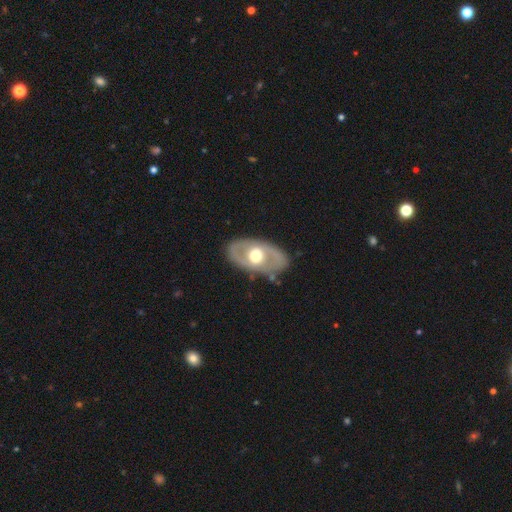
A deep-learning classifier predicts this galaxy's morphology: Smooth or featured?
  - featured or disk: 66% *
  - smooth: 29%
  - star or artifact: 5%
Edge-on disk?
  - no: 91% *
  - yes: 9%
Bar?
  - no: 65% *
  - weak: 25%
  - strong: 10%
Spiral arms?
  - no: 60% *
  - yes: 40%
Bulge size?
  - moderate: 70% *
  - large: 21%
  - small: 7%
  - dominant: 1%
  - none: 1%
Merging?
  - none: 83% *
  - minor disturbance: 11%
  - major disturbance: 4%
  - merger: 2%